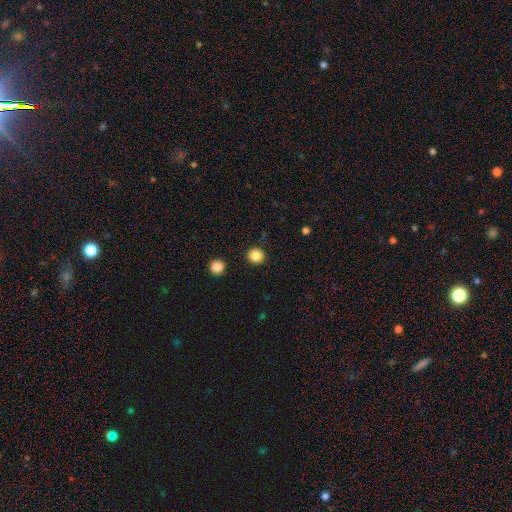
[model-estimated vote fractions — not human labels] Overall: smooth (85%). How rounded: round (92%). Merging: none (91%).